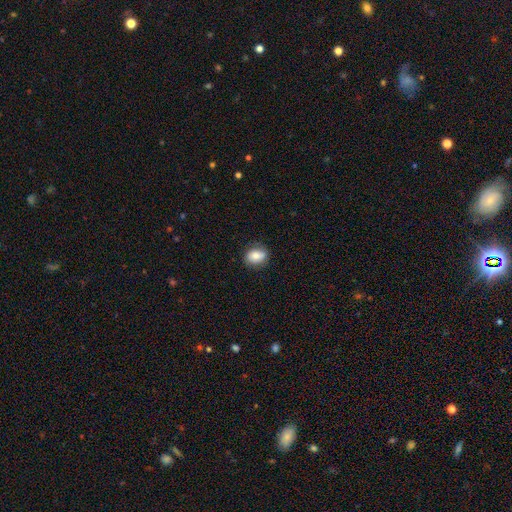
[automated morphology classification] Smooth or featured? Predicted: smooth (p=0.75). How rounded? Predicted: in between (p=0.58). Merging? Predicted: none (p=0.81).